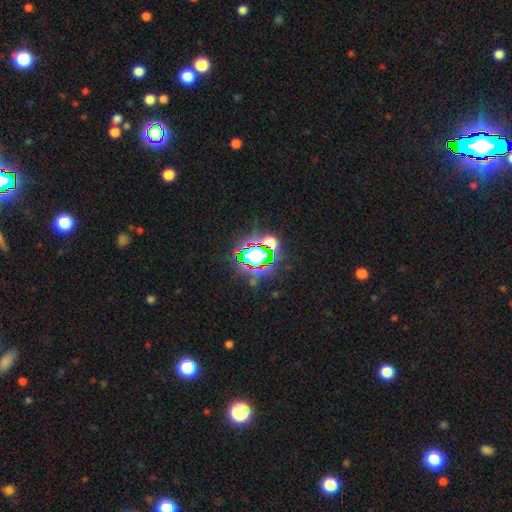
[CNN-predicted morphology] Smooth or featured? Predicted: star or artifact (p=0.67).